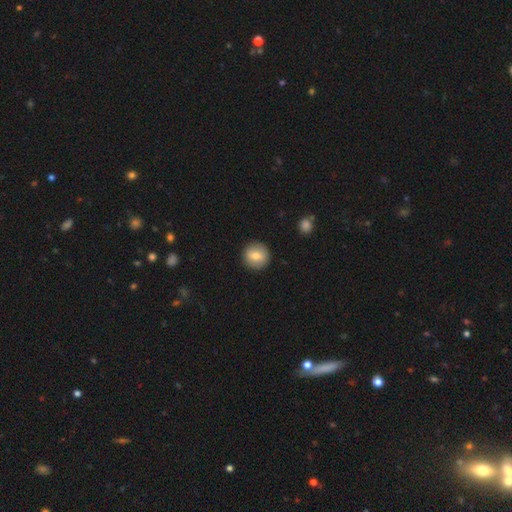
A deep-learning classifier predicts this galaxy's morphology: This is likely a smooth galaxy (73%). How rounded: clearly round (94%). Merging: clearly none (91%).